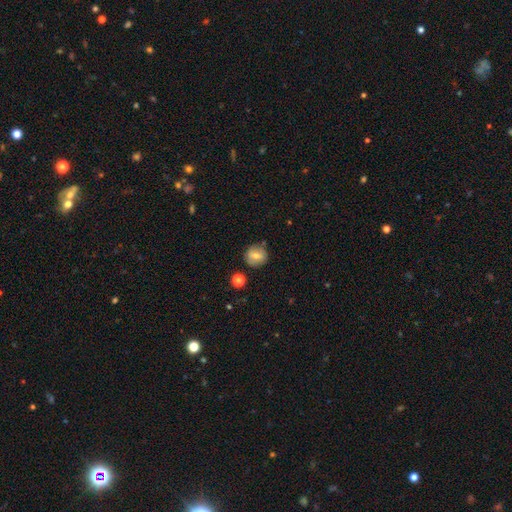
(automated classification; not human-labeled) Smooth or featured: smooth — 69% (featured or disk — 21%)
How rounded: round — 89% (in between — 9%)
Merging: none — 82% (minor disturbance — 11%)